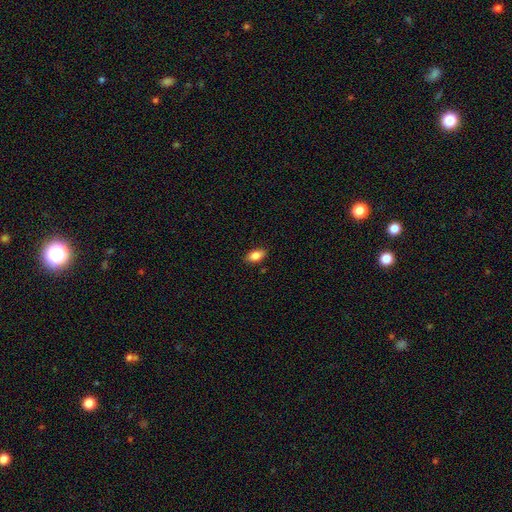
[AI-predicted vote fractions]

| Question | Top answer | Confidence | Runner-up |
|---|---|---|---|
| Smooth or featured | smooth | 84% | featured or disk (8%) |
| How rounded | in between | 91% | round (5%) |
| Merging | none | 87% | minor disturbance (10%) |